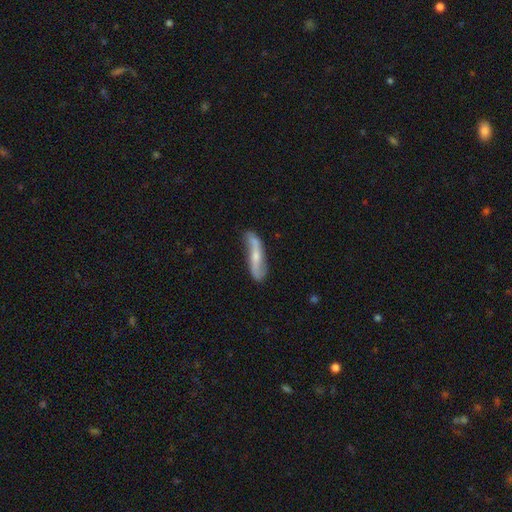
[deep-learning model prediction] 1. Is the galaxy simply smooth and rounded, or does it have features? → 70% featured or disk, 24% smooth, 6% star or artifact.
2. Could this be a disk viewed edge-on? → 74% no, 26% yes.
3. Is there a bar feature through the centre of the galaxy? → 39% no, 33% weak, 28% strong.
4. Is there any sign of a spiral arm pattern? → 89% yes, 11% no.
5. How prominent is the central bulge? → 53% small, 34% moderate, 9% none, 2% large, 1% dominant.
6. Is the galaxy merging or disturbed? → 64% none, 25% minor disturbance, 8% major disturbance, 4% merger.